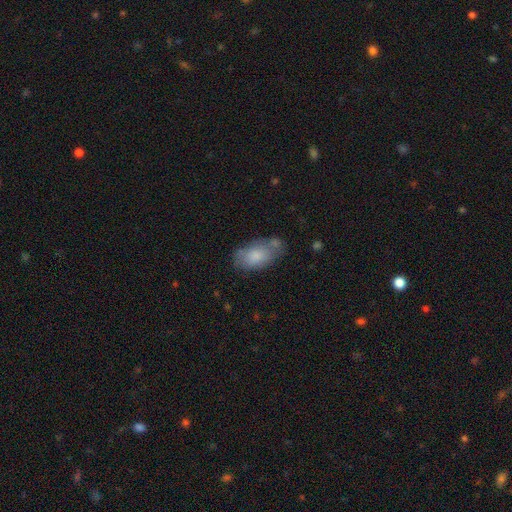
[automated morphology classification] smooth-or-featured: smooth: 79% | featured or disk: 14% | star or artifact: 7%
  how-rounded: in between: 93% | round: 4% | cigar-shaped: 3%
  merging: none: 56% | minor disturbance: 25% | merger: 12% | major disturbance: 7%